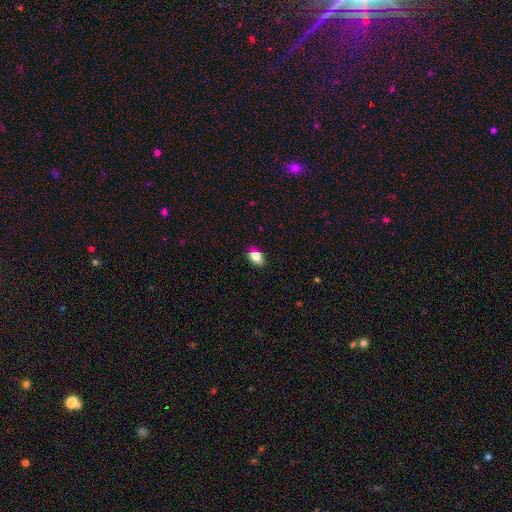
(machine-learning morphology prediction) smooth-or-featured: smooth: 82% | star or artifact: 10% | featured or disk: 8%
  how-rounded: in between: 84% | round: 14% | cigar-shaped: 2%
  merging: none: 84% | minor disturbance: 11% | major disturbance: 2% | merger: 2%